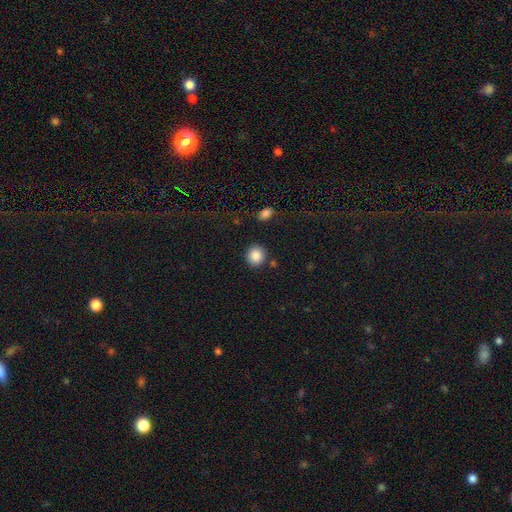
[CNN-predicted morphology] This appears to be a smooth galaxy with no disk features (88%) that is round (85%). Merging: none (86%).